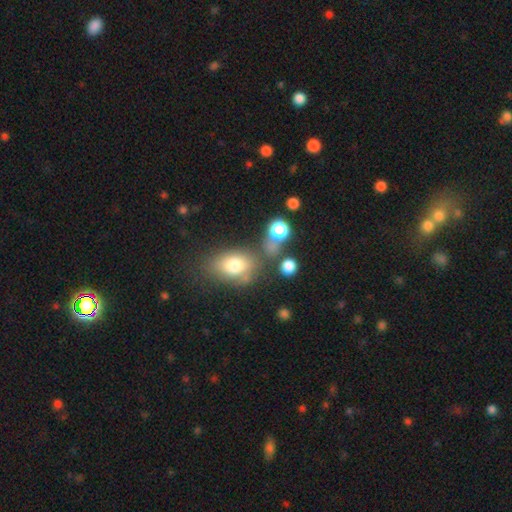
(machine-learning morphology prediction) Smooth or featured? Predicted: smooth (p=0.64). How rounded? Predicted: in between (p=0.66). Merging? Predicted: none (p=0.70).